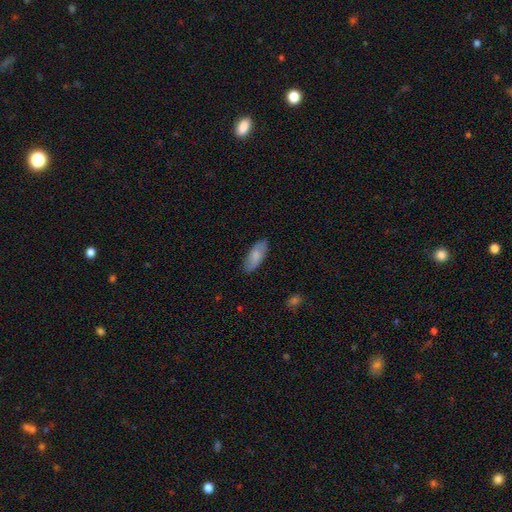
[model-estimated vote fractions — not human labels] Morphology: type=smooth (79%); roundness=in between (82%); merging=none (86%).